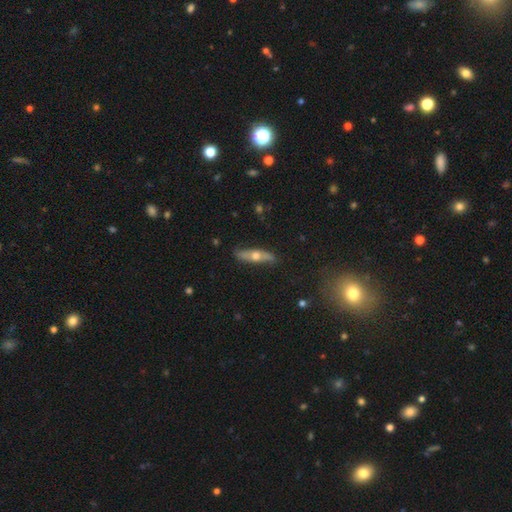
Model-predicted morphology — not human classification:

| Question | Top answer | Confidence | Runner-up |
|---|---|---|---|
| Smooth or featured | featured or disk | 54% | smooth (40%) |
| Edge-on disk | yes | 72% | no (28%) |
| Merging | none | 82% | minor disturbance (14%) |